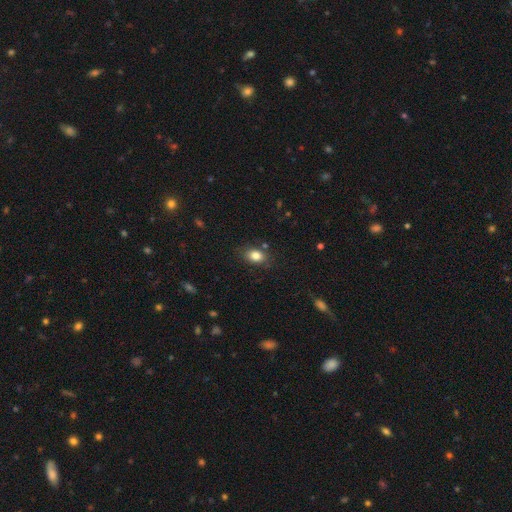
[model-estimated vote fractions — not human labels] Morphology: type=smooth (83%); roundness=in between (76%); merging=none (81%).